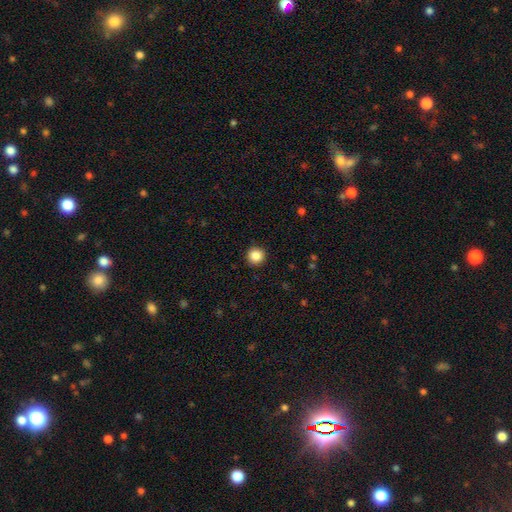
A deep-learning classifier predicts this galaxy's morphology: Overall: smooth (87%). How rounded: round (95%). Merging: none (92%).